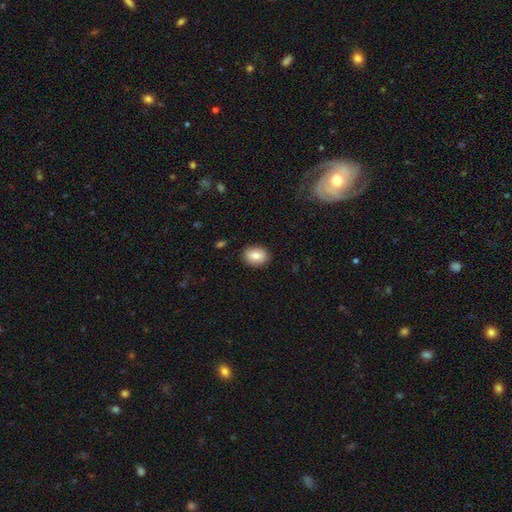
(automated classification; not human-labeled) Morphology: type=smooth (82%); roundness=in between (61%); merging=none (88%).